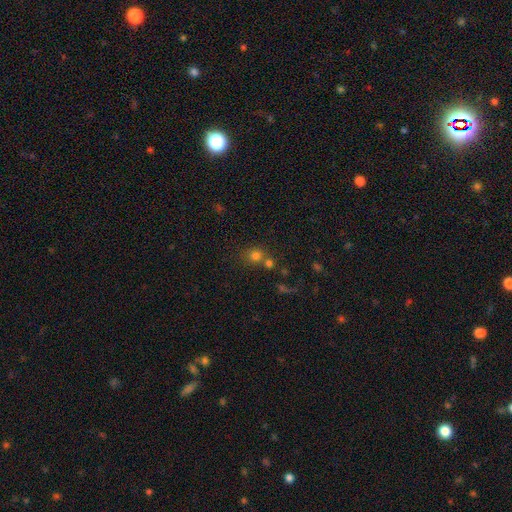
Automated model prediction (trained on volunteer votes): This appears to be a smooth galaxy with no disk features (74%) that is round (81%). Merging: none (51%).